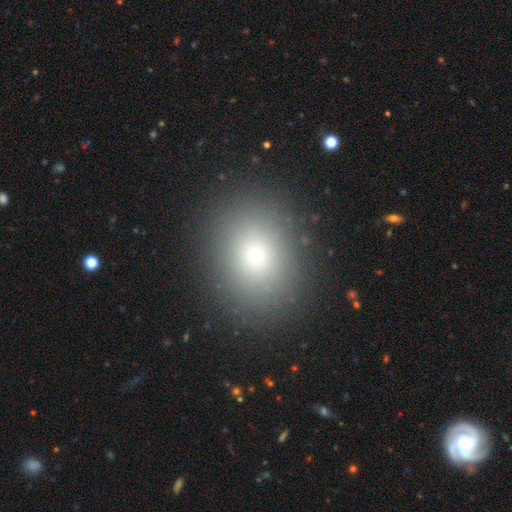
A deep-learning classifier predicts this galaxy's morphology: Smooth or featured? Predicted: smooth (p=0.71). How rounded? Predicted: round (p=0.57). Merging? Predicted: none (p=0.87).